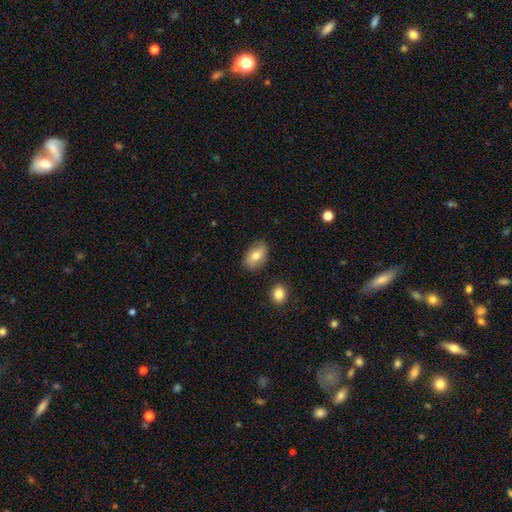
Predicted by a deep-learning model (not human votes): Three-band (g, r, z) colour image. It shows a smooth galaxy with no disk features (75%) that is in between round and cigar-shaped (90%). Merging: none (82%).